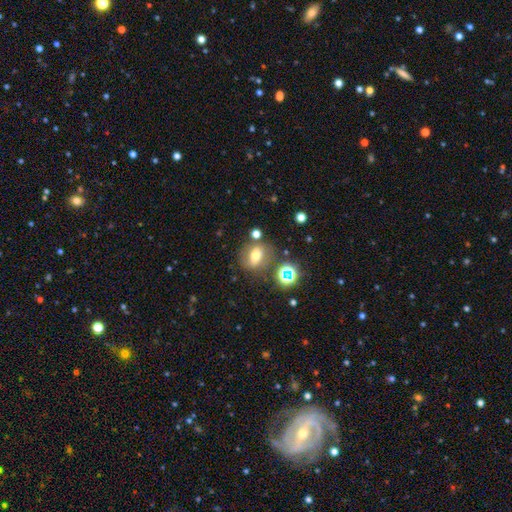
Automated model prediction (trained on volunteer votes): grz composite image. It shows a smooth galaxy with no disk features (56%) that is in between round and cigar-shaped (49%, tied with round). Merging: none (67%).